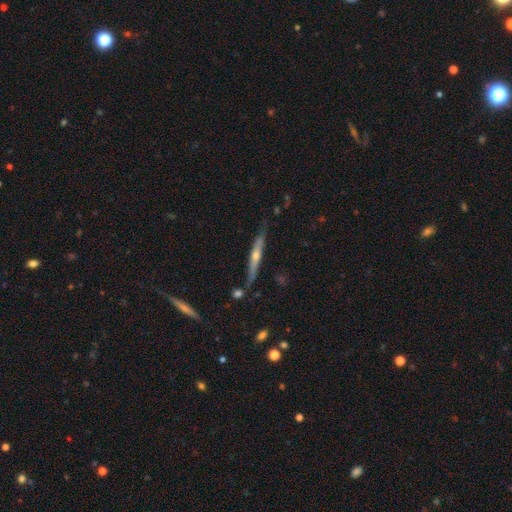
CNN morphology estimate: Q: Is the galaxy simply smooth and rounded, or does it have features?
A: featured or disk — 66%.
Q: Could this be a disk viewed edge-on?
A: yes — 95%.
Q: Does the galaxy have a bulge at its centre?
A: rounded — 77%.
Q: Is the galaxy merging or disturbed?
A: none — 74%.